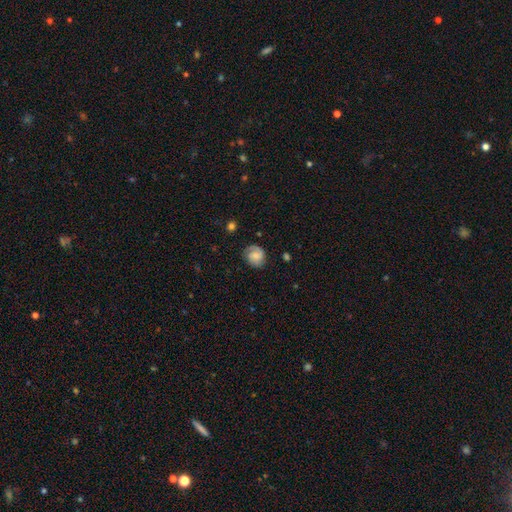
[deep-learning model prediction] smooth_or_featured: featured or disk (p=0.50) [alt: smooth p=0.42]
merging: none (p=0.74) [alt: minor disturbance p=0.18]